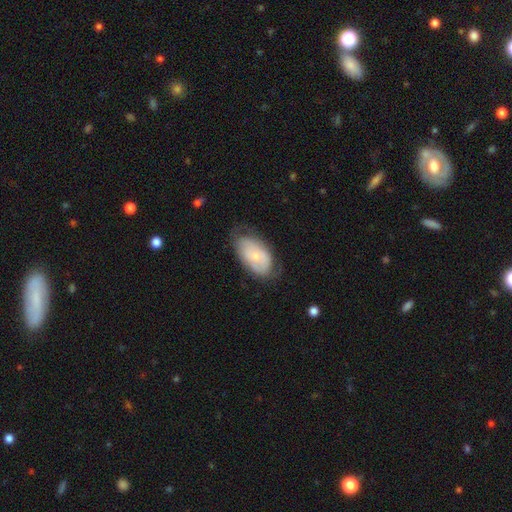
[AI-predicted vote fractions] A smooth galaxy with no disk features (53%) that is in between round and cigar-shaped (93%). Merging: none (57%).